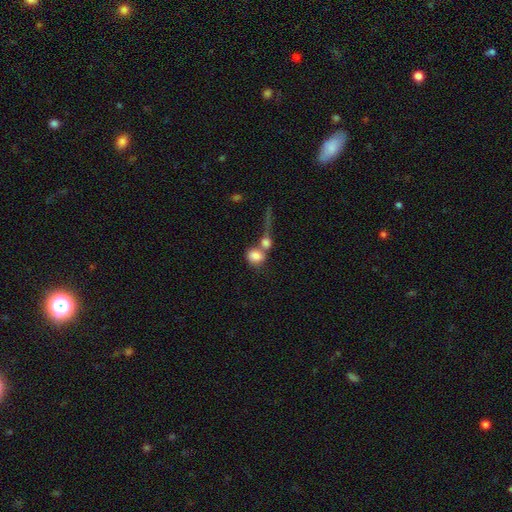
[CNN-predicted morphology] Overall: smooth (76%). How rounded: in between (50%; round 46%). Merging: merger (60%; none 22%).